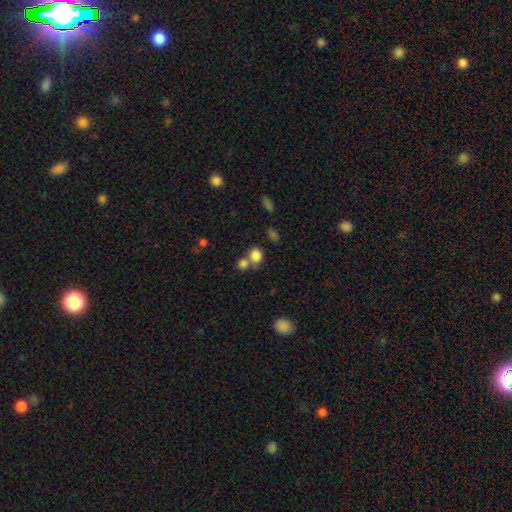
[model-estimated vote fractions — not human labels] The model was most divided on "merging": none: 49%, merger: 38%, minor disturbance: 9%, major disturbance: 4%. More confident: smooth or featured — smooth (82%); how rounded — round (72%).